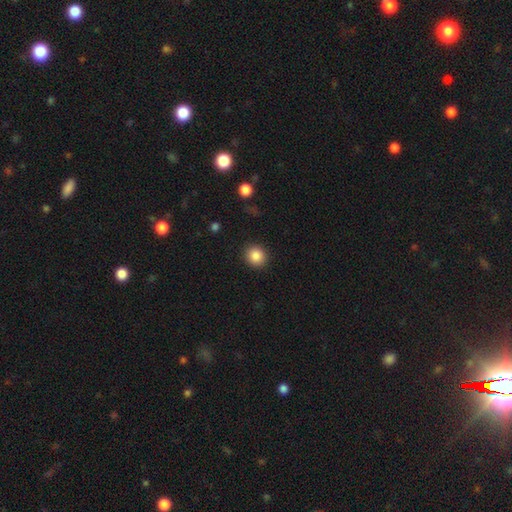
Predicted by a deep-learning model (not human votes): A smooth galaxy with no disk features (87%) that is round (87%). Merging: none (91%).